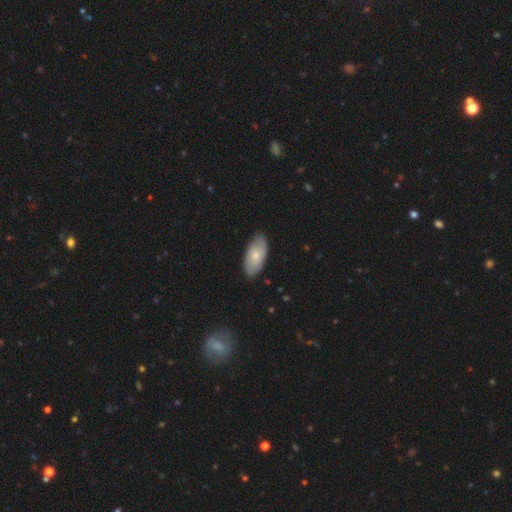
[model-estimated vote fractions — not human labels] Smooth or featured?
  - smooth: 66% *
  - featured or disk: 29%
  - star or artifact: 5%
How rounded?
  - in between: 92% *
  - cigar-shaped: 6%
  - round: 2%
Merging?
  - none: 84% *
  - minor disturbance: 13%
  - major disturbance: 2%
  - merger: 1%